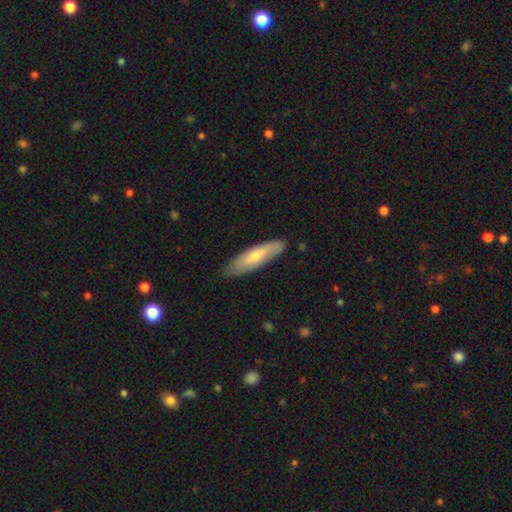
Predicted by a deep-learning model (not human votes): The model was most divided on "smooth or featured": smooth: 61%, featured or disk: 33%, star or artifact: 5%. More confident: merging — none (83%); how rounded — cigar-shaped (68%).